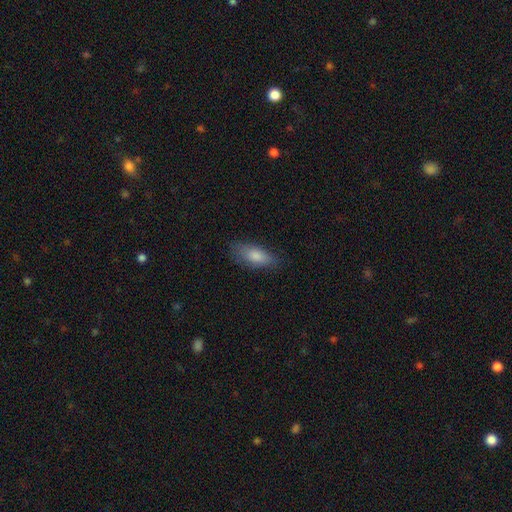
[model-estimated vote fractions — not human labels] Smooth or featured?
  - smooth: 79% *
  - featured or disk: 14%
  - star or artifact: 7%
How rounded?
  - in between: 78% *
  - cigar-shaped: 19%
  - round: 3%
Merging?
  - none: 78% *
  - minor disturbance: 17%
  - major disturbance: 4%
  - merger: 1%